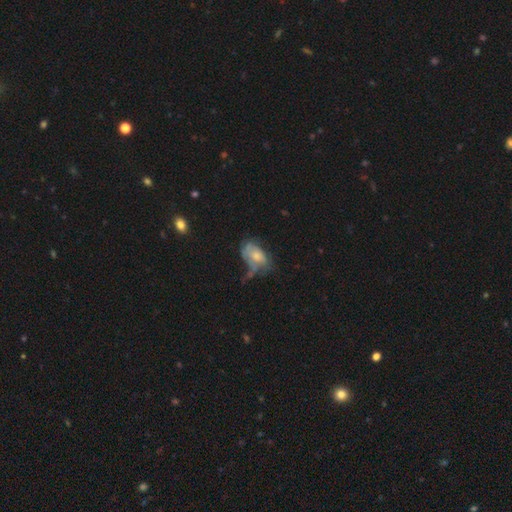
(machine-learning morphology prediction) type=smooth (51%); roundness=in between (89%); merging=major disturbance (31%).